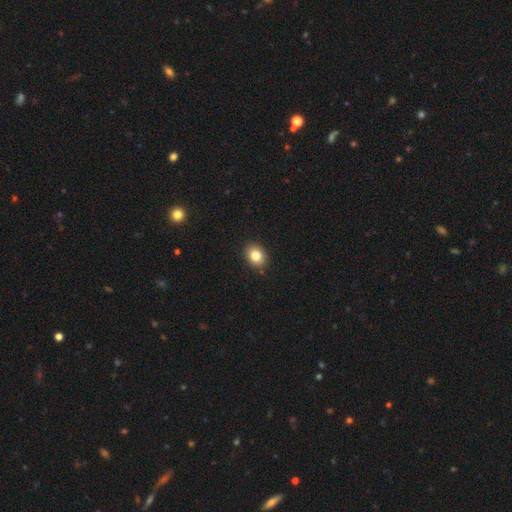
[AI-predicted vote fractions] A smooth galaxy with no disk features (83%) that is in between round and cigar-shaped (51%).

Vote fractions:
- Smooth or featured? smooth: 83% / star or artifact: 10% / featured or disk: 8%
- How rounded? in between: 51% / round: 49% / cigar-shaped: 1%
- Merging? none: 90% / minor disturbance: 7% / major disturbance: 2% / merger: 1%